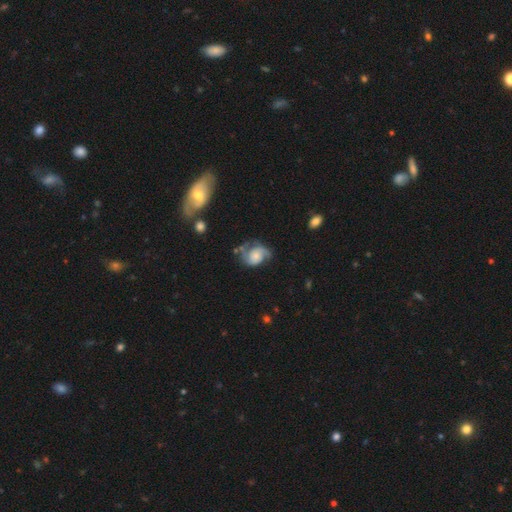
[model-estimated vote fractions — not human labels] Smooth or featured? featured or disk (63%)
Edge-on disk? no (97%)
Bar? no (71%)
Spiral arms? yes (86%)
Spiral winding? medium (43%)
Spiral arm count? 2 (68%)
Bulge size? small (44%)
Merging? none (43%)